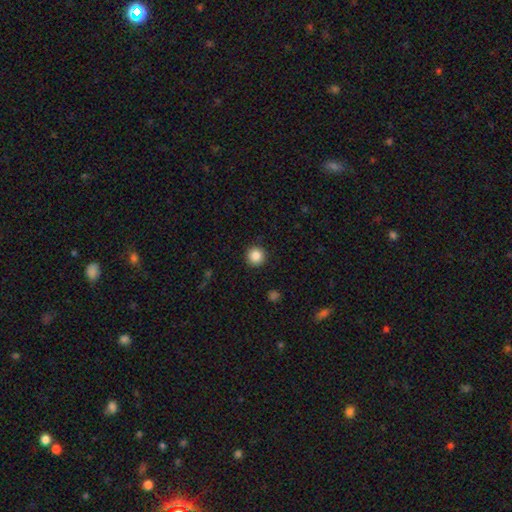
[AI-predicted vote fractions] smooth 86%, star or artifact 10%, featured or disk 4%. Down the decision tree: how rounded — round (96%); merging — none (92%).